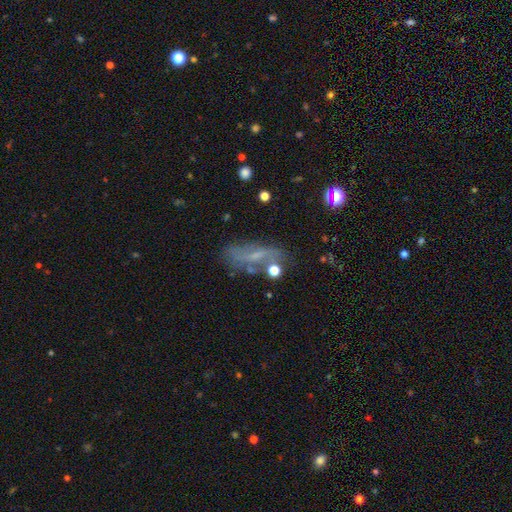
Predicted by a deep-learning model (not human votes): Morphology: type=featured or disk (48%); merging=none (53%).